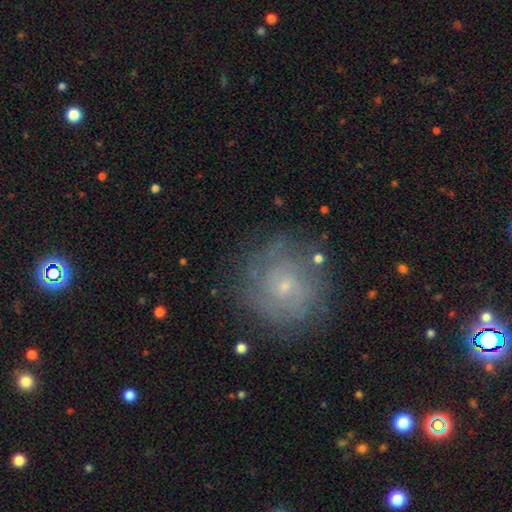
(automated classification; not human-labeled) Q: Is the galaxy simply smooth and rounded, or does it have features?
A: featured or disk — 63%.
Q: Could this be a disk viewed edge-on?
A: no — 97%.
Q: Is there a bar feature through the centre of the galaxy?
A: no — 75%.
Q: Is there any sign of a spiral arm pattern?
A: yes — 88%.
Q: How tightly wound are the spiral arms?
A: tight — 66%.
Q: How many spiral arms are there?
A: can't tell — 49%.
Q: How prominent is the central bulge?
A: small — 76%.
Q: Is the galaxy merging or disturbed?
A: none — 80%.